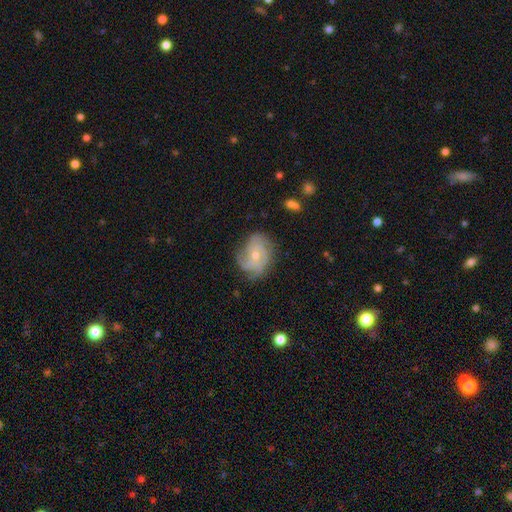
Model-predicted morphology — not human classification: Smooth or featured?
  - featured or disk: 78% *
  - smooth: 15%
  - star or artifact: 7%
Edge-on disk?
  - no: 97% *
  - yes: 3%
Bar?
  - no: 71% *
  - weak: 24%
  - strong: 4%
Spiral arms?
  - yes: 93% *
  - no: 7%
Spiral winding?
  - tight: 50% *
  - medium: 38%
  - loose: 12%
Spiral arm count?
  - 3: 37% *
  - 2: 22%
  - can't tell: 21%
  - 4: 10%
  - 1: 5%
  - more than 4: 4%
Bulge size?
  - small: 54% *
  - moderate: 43%
  - none: 1%
  - large: 1%
  - dominant: 1%
Merging?
  - none: 67% *
  - minor disturbance: 23%
  - major disturbance: 8%
  - merger: 2%